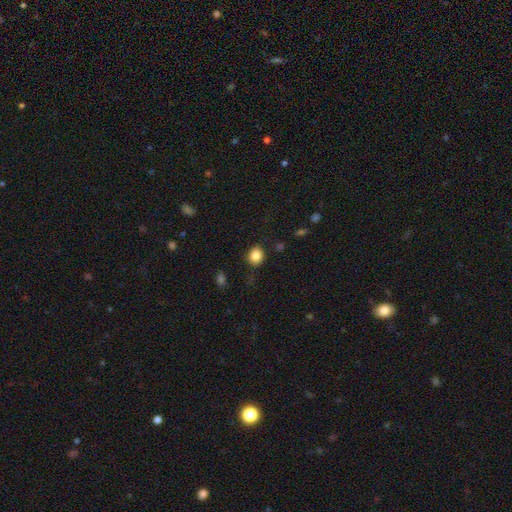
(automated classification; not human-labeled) Overall: smooth (84%). How rounded: round (73%). Merging: none (83%).